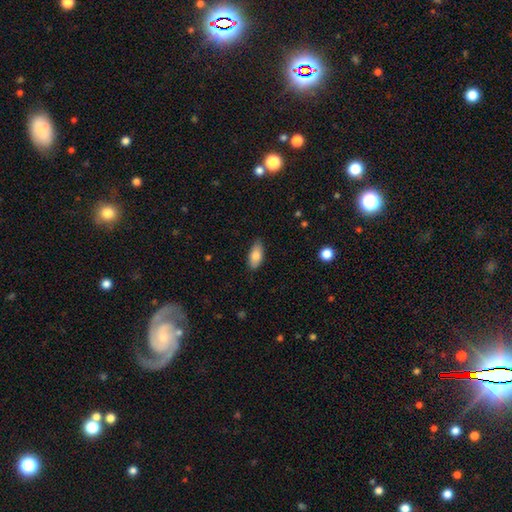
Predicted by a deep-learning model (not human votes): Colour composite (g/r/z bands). It shows a smooth galaxy with no disk features (82%) that is in between round and cigar-shaped (88%). Merging: none (82%).